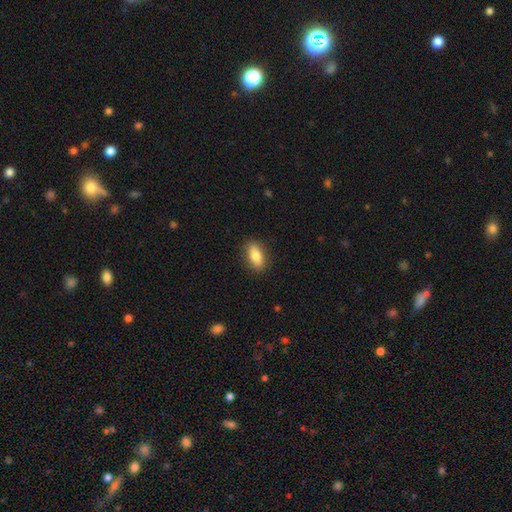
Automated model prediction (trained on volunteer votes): A smooth galaxy with no disk features (80%) that is in between round and cigar-shaped (83%).

Vote fractions:
- Smooth or featured? smooth: 80% / featured or disk: 13% / star or artifact: 7%
- How rounded? in between: 83% / cigar-shaped: 11% / round: 5%
- Merging? none: 86% / minor disturbance: 10% / major disturbance: 2% / merger: 1%